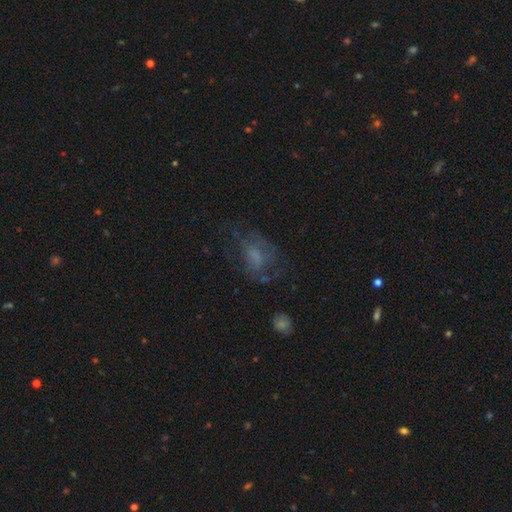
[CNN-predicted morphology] featured or disk 42%, smooth 41%, star or artifact 17%. Down the decision tree: merging — none (47%).